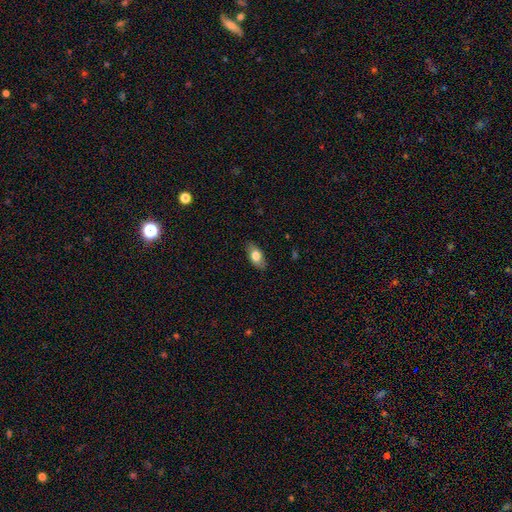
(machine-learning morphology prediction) smooth 75%, featured or disk 18%, star or artifact 7%. Down the decision tree: how rounded — in between (88%); merging — none (83%).